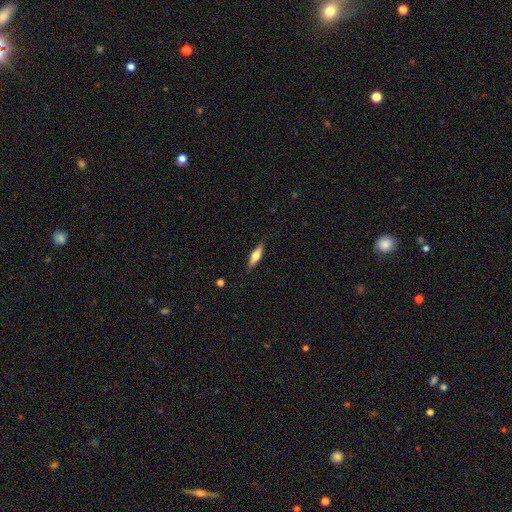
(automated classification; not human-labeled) Morphology: type=smooth (56%); roundness=cigar-shaped (63%); merging=none (86%).